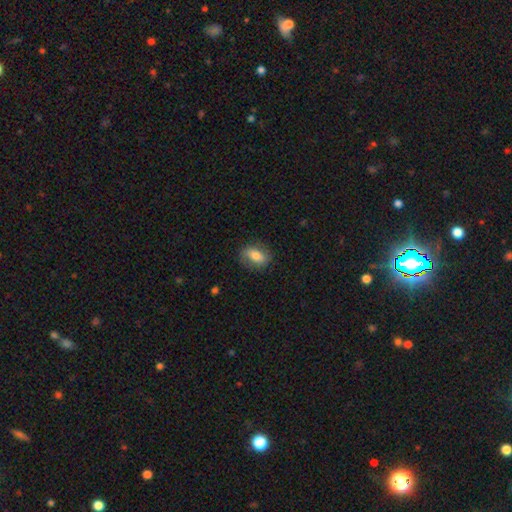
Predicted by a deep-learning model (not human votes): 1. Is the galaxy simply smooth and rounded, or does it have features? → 68% smooth, 25% featured or disk, 8% star or artifact.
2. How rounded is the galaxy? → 79% in between, 17% round, 4% cigar-shaped.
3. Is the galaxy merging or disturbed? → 77% none, 16% minor disturbance, 5% major disturbance, 1% merger.